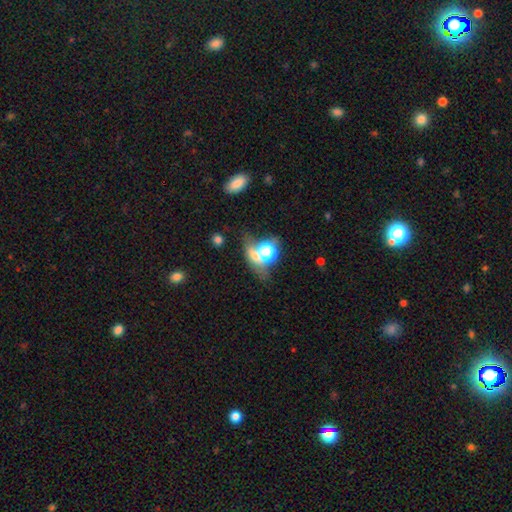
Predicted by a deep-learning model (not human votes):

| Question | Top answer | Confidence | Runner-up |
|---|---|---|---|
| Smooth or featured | smooth | 51% | star or artifact (33%) |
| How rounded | round | 49% | in between (43%) |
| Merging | none | 49% | merger (22%) |